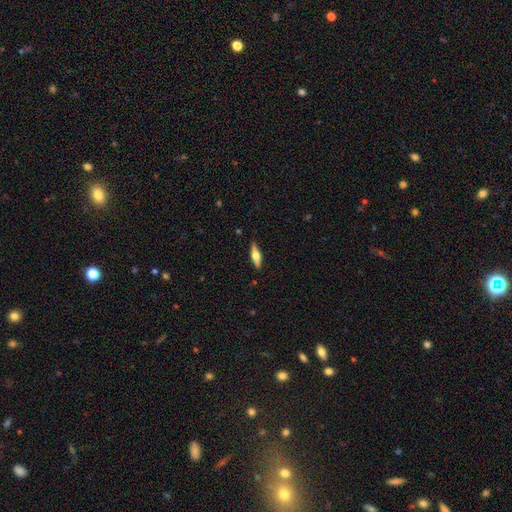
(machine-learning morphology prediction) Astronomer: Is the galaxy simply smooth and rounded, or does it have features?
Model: featured or disk — 52% (runner-up: smooth, 42%).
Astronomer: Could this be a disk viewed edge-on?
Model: yes — 94%.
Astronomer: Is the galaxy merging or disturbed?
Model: none — 89%.